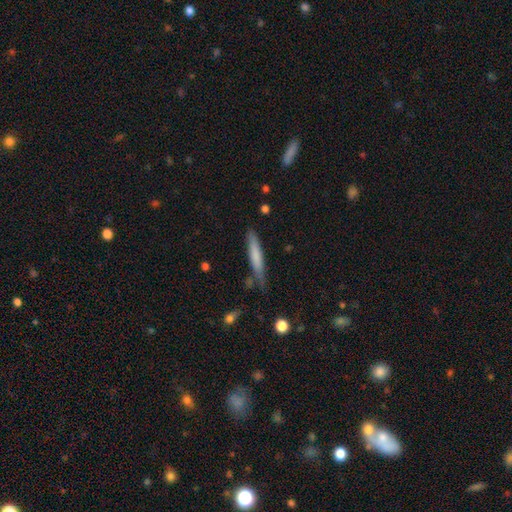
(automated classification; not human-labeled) smooth 71%, featured or disk 24%, star or artifact 6%. Down the decision tree: how rounded — cigar-shaped (92%); merging — none (71%).